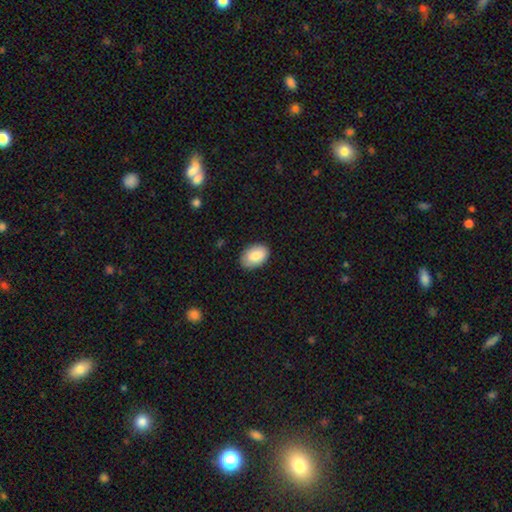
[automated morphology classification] type=smooth (86%); roundness=in between (89%); merging=none (85%).